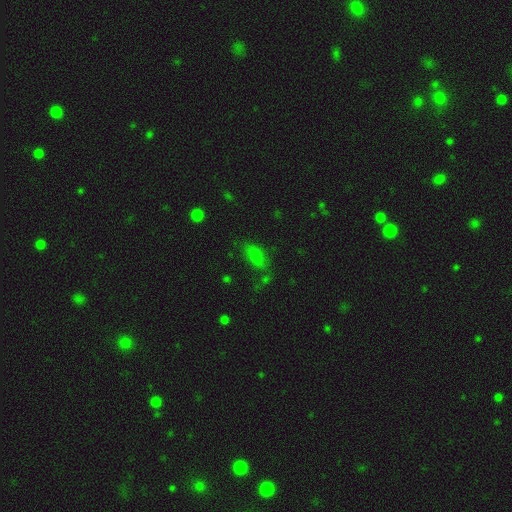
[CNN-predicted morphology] Smooth or featured?
  - smooth: 73% *
  - star or artifact: 18%
  - featured or disk: 9%
How rounded?
  - in between: 85% *
  - cigar-shaped: 9%
  - round: 6%
Merging?
  - none: 60% *
  - minor disturbance: 22%
  - major disturbance: 11%
  - merger: 8%